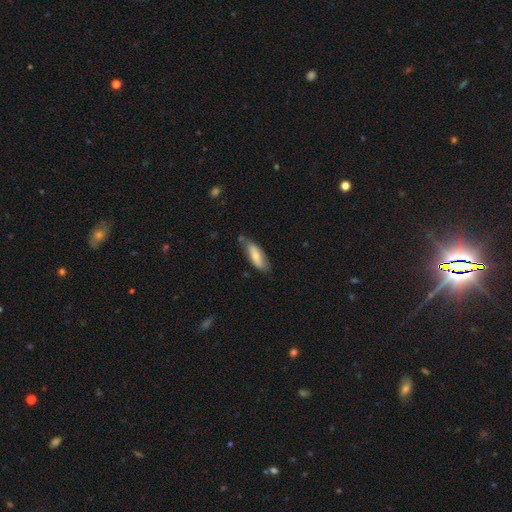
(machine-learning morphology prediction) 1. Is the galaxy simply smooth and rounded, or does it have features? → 69% smooth, 25% featured or disk, 6% star or artifact.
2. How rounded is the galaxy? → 58% in between, 40% cigar-shaped, 2% round.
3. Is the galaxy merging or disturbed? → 60% none, 30% minor disturbance, 6% major disturbance, 5% merger.